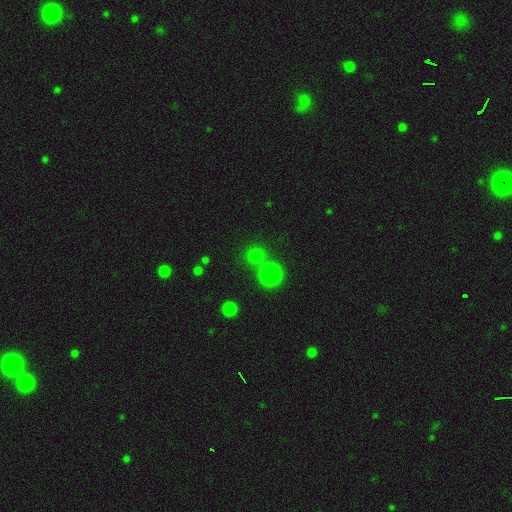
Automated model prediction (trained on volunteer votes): Smooth or featured: smooth — 70% (star or artifact — 25%)
How rounded: round — 90% (in between — 9%)
Merging: none — 74% (merger — 16%)